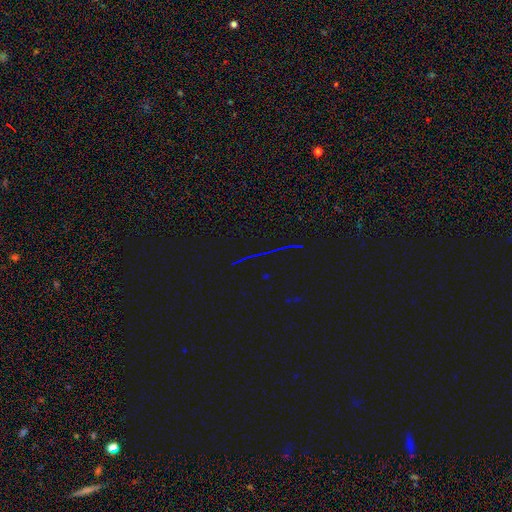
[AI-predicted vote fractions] star or artifact 82%, featured or disk 9%, smooth 9%.